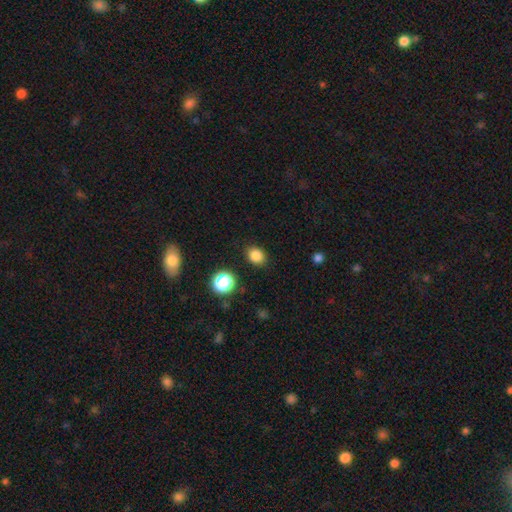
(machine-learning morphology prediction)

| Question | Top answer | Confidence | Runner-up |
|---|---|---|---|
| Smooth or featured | smooth | 83% | star or artifact (13%) |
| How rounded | round | 54% | in between (45%) |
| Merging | none | 86% | minor disturbance (9%) |